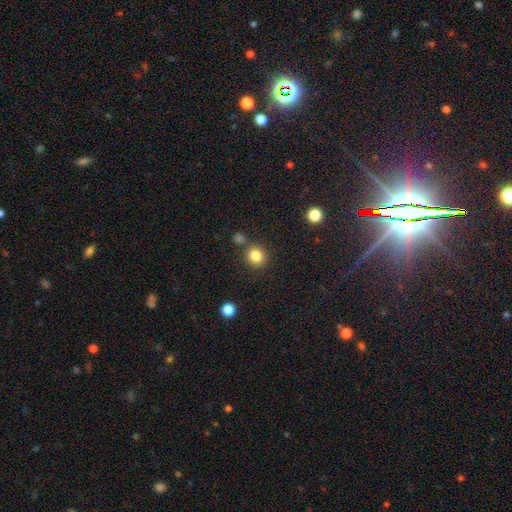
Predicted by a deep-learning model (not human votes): This is clearly a smooth galaxy (83%). How rounded: clearly round (88%). Merging: likely none (79%).